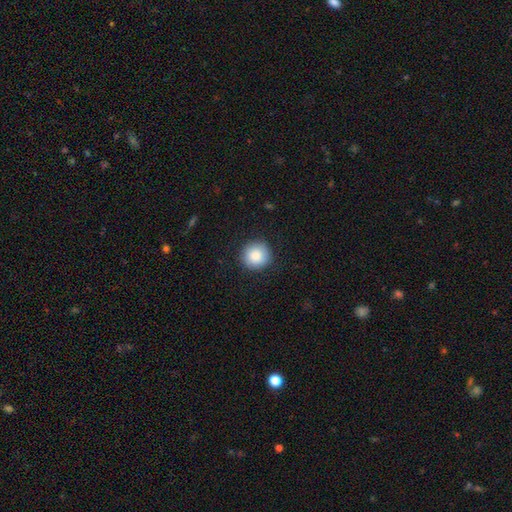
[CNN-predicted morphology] Overall: smooth (87%). How rounded: round (95%). Merging: none (90%).